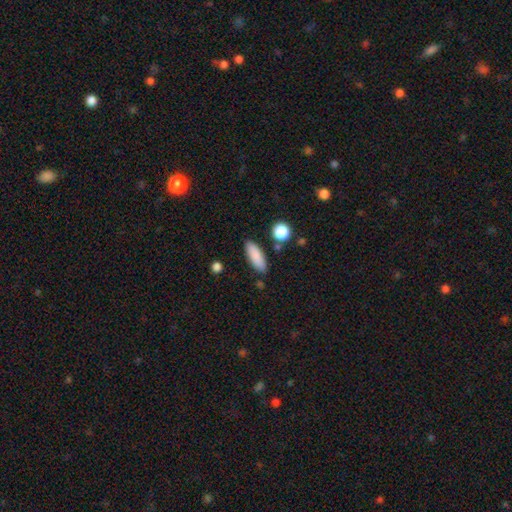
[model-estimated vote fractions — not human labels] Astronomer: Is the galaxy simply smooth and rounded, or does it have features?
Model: smooth — 86%.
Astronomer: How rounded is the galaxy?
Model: in between — 61% (runner-up: cigar-shaped, 36%).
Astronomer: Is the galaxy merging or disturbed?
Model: none — 84%.